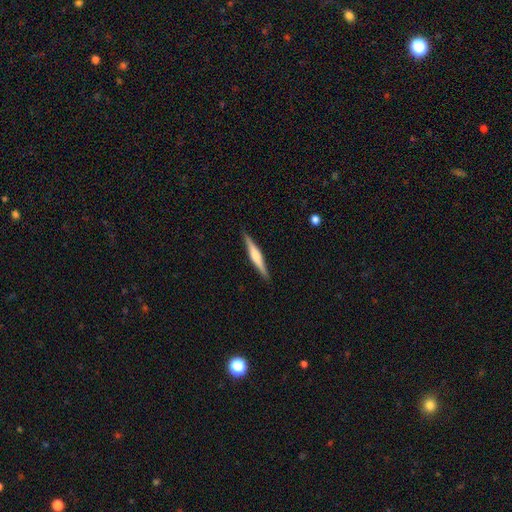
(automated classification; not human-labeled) A featured or disk galaxy (64%) viewed edge-on (98%) with a rounded central bulge (72%). Merging: none (91%).